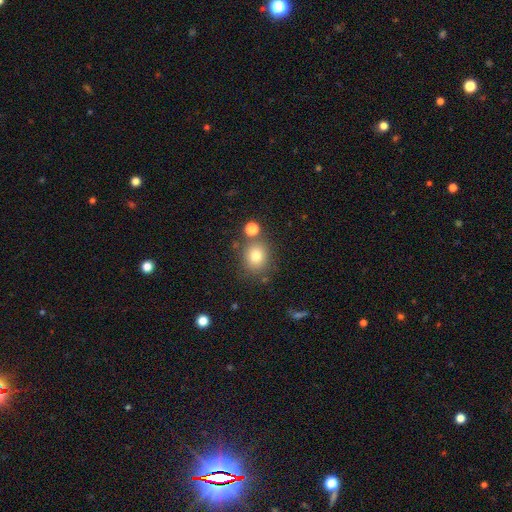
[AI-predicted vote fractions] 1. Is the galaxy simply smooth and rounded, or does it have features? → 78% smooth, 13% star or artifact, 9% featured or disk.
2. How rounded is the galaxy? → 73% round, 26% in between, 1% cigar-shaped.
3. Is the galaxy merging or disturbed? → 73% none, 12% merger, 11% minor disturbance, 4% major disturbance.